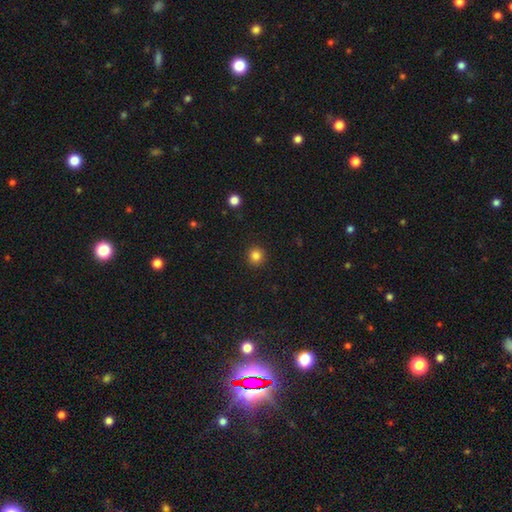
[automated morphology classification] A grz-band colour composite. It shows a smooth galaxy with no disk features (84%) that is round (94%). Merging: none (92%).